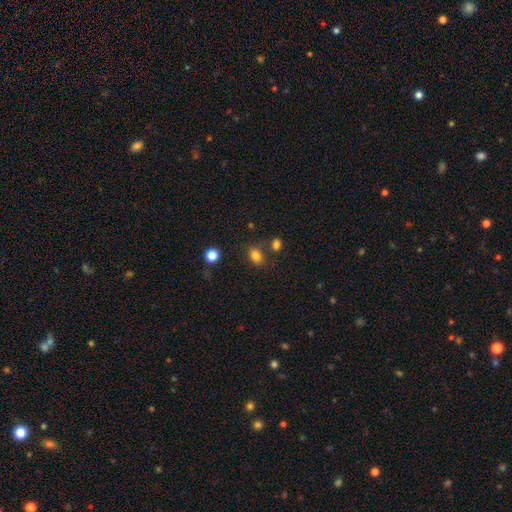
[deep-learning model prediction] Smooth or featured? smooth (81%)
How rounded? in between (66%)
Merging? none (67%)